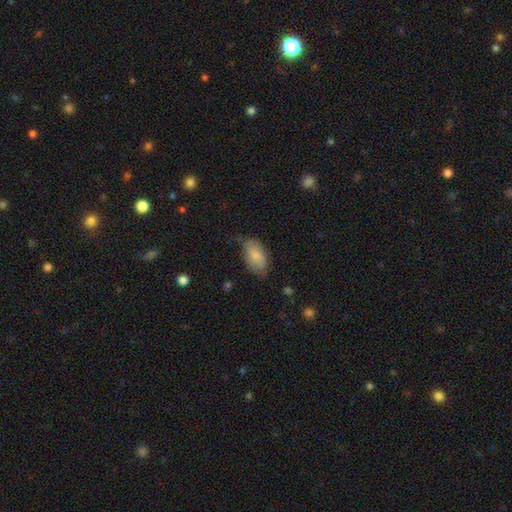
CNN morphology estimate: Q: Smooth or featured?
A: smooth (82%); runner-up: featured or disk (12%)
Q: How rounded?
A: in between (94%); runner-up: round (4%)
Q: Merging?
A: none (66%); runner-up: minor disturbance (26%)